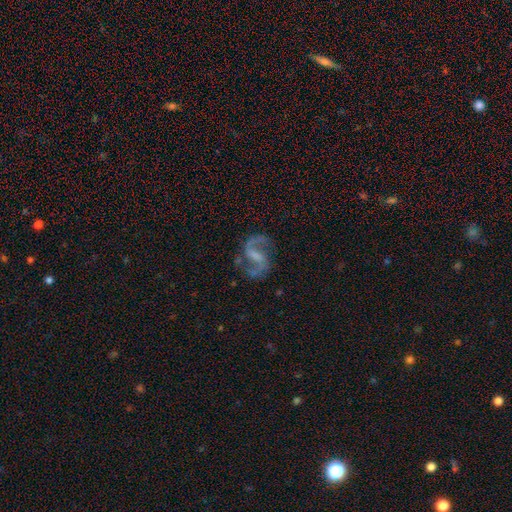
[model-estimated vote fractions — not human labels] Smooth or featured: featured or disk — 89% (star or artifact — 6%)
Edge-on disk: no — 98% (yes — 2%)
Bar: weak — 49% (strong — 33%)
Spiral arms: yes — 97% (no — 3%)
Spiral winding: medium — 54% (loose — 37%)
Spiral arm count: 2 — 94% (can't tell — 2%)
Bulge size: none — 47% (small — 27%)
Merging: none — 77% (minor disturbance — 14%)